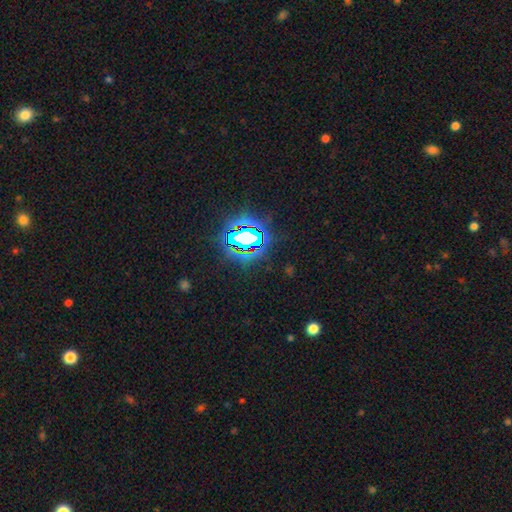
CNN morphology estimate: smooth_or_featured: star or artifact (p=0.84) [alt: smooth p=0.10]